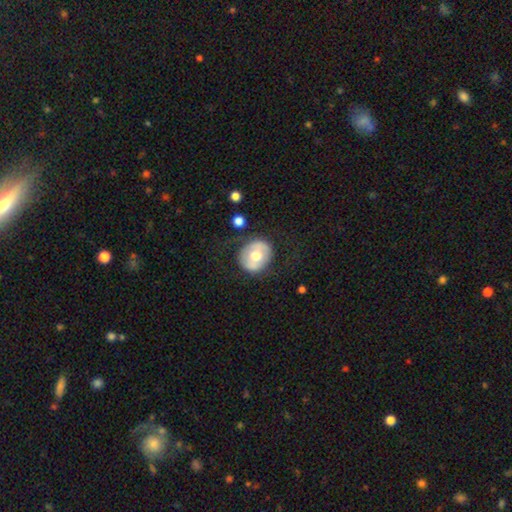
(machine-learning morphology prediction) This appears to be a smooth galaxy with no disk features (51%) that is round (72%). Merging: none (69%).